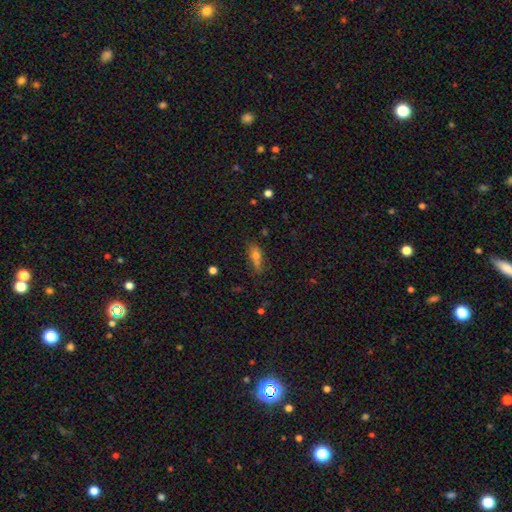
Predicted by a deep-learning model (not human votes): This appears to be a smooth galaxy with no disk features (65%) that is in between round and cigar-shaped (65%). Merging: none (52%).